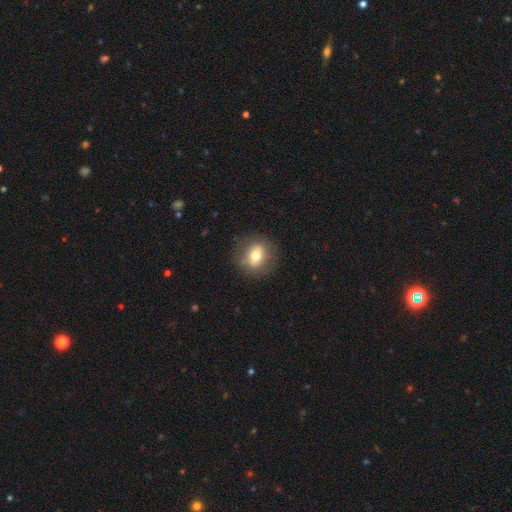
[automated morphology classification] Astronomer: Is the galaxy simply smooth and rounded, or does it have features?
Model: smooth — 67%.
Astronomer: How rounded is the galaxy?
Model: round — 58% (runner-up: in between, 40%).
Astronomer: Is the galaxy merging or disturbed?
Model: none — 83%.